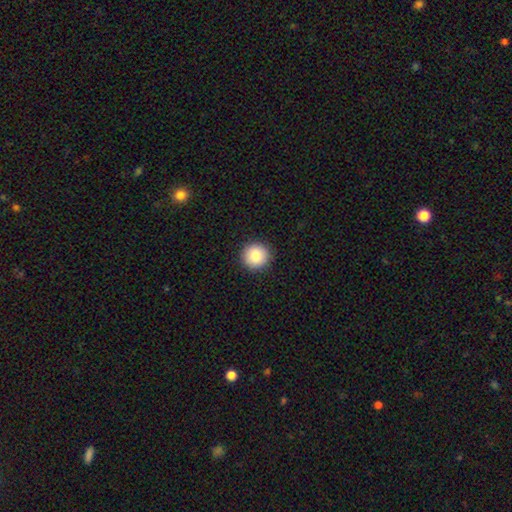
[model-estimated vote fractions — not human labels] A smooth galaxy with no disk features (85%) that is round (95%). Merging: none (92%).